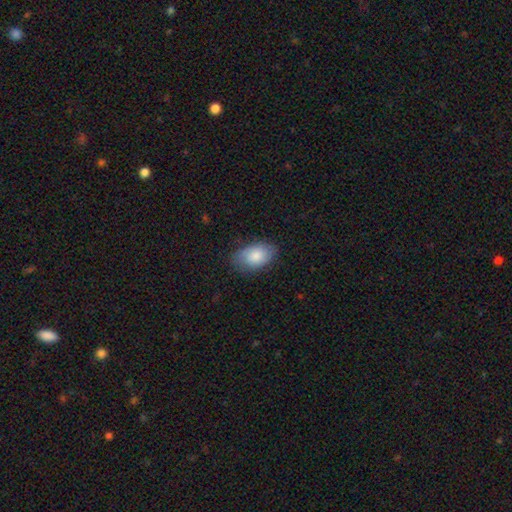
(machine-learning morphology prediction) The model was most divided on "merging": none: 73%, minor disturbance: 22%, major disturbance: 5%, merger: 1%. More confident: how rounded — in between (91%); smooth or featured — smooth (80%).